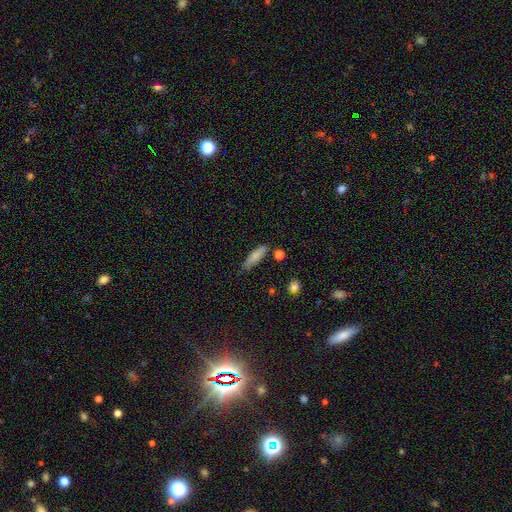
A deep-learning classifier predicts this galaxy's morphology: smooth-or-featured: smooth: 81% | featured or disk: 11% | star or artifact: 7%
  how-rounded: cigar-shaped: 62% | in between: 36% | round: 2%
  merging: none: 73% | minor disturbance: 19% | merger: 4% | major disturbance: 4%